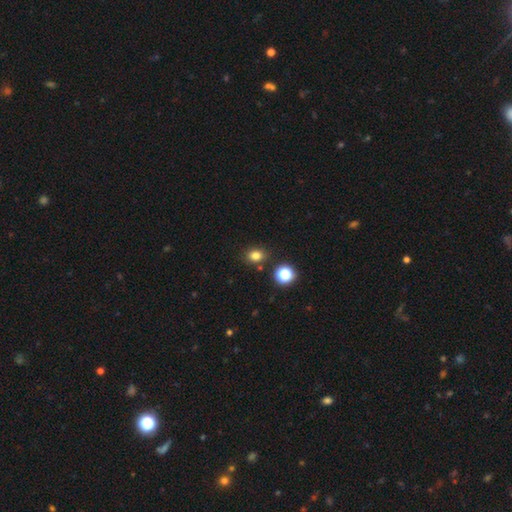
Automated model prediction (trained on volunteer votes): Q: Smooth or featured?
A: smooth (80%); runner-up: star or artifact (15%)
Q: How rounded?
A: round (52%); runner-up: in between (47%)
Q: Merging?
A: none (82%); runner-up: minor disturbance (10%)